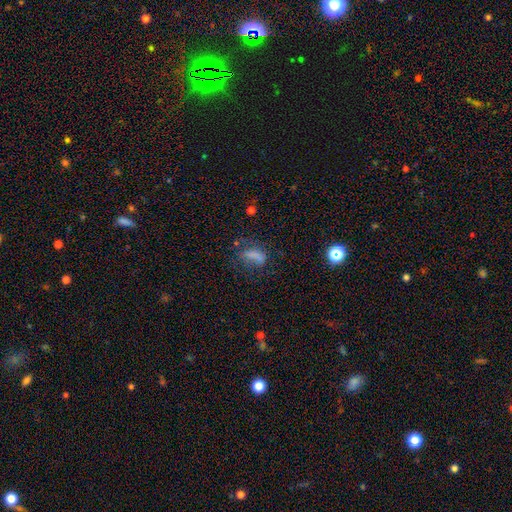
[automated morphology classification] smooth_or_featured: smooth (p=0.59) [alt: star or artifact p=0.21]
how_rounded: in between (p=0.57) [alt: cigar-shaped p=0.32]
merging: none (p=0.47) [alt: major disturbance p=0.25]